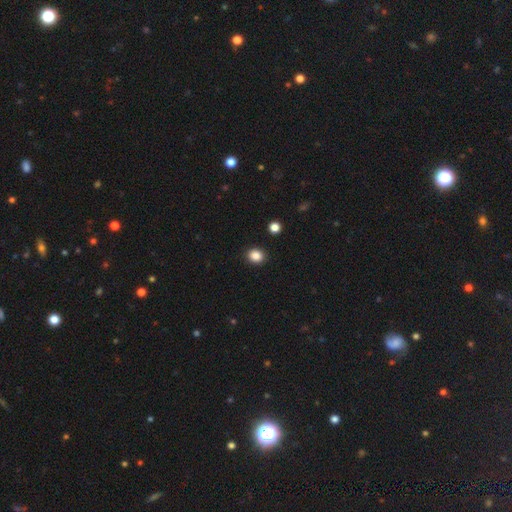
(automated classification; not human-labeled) The model was most divided on "how rounded": round: 66%, in between: 33%, cigar-shaped: 1%. More confident: merging — none (91%); smooth or featured — smooth (86%).